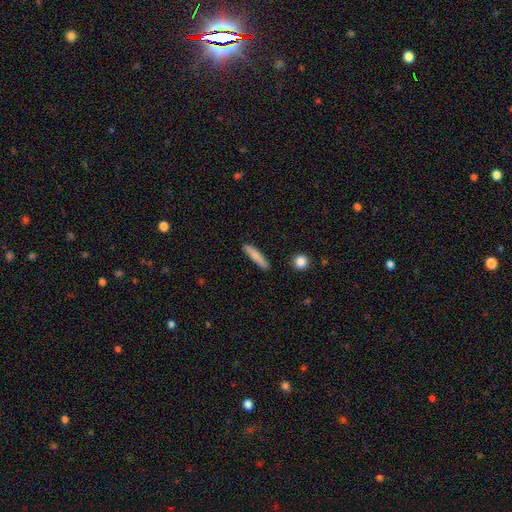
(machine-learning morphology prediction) smooth-or-featured: smooth: 80% | featured or disk: 13% | star or artifact: 7%
  how-rounded: cigar-shaped: 87% | in between: 11% | round: 2%
  merging: none: 87% | minor disturbance: 9% | major disturbance: 2% | merger: 2%